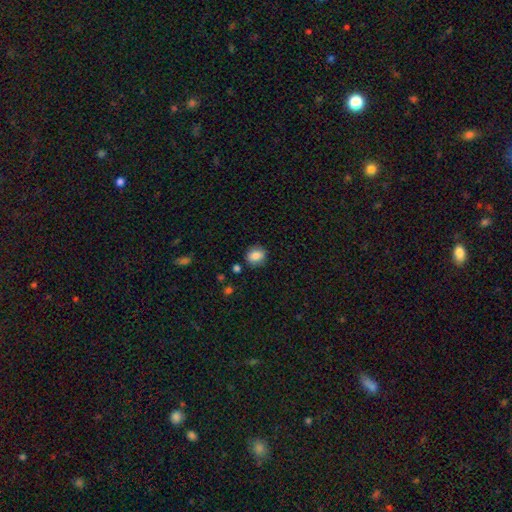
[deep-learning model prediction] Smooth or featured?
  - smooth: 83% *
  - star or artifact: 9%
  - featured or disk: 8%
How rounded?
  - round: 67% *
  - in between: 32%
  - cigar-shaped: 1%
Merging?
  - none: 83% *
  - minor disturbance: 12%
  - major disturbance: 3%
  - merger: 2%